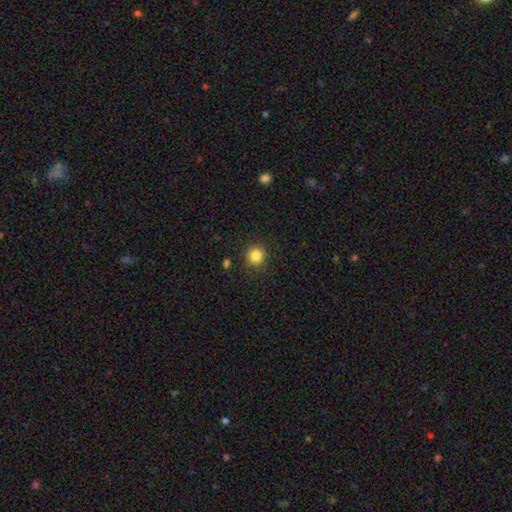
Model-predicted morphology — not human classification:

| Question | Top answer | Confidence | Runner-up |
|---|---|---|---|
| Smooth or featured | smooth | 84% | star or artifact (11%) |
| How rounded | round | 92% | in between (7%) |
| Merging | none | 90% | minor disturbance (6%) |